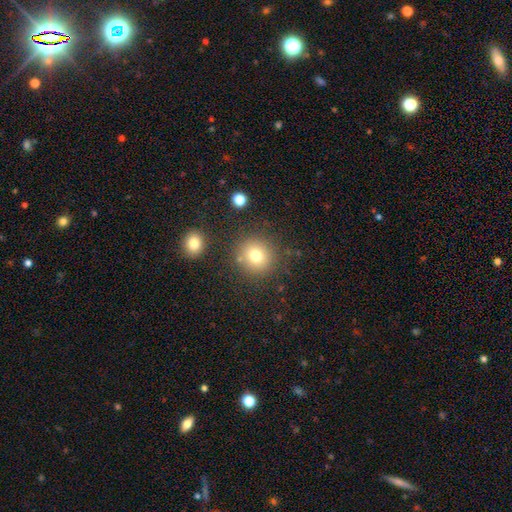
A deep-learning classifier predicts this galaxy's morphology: smooth_or_featured: smooth (p=0.76) [alt: star or artifact p=0.14]
how_rounded: round (p=0.91) [alt: in between p=0.09]
merging: none (p=0.82) [alt: minor disturbance p=0.09]